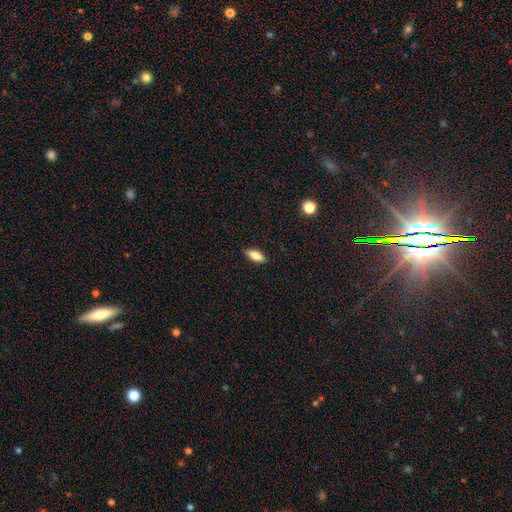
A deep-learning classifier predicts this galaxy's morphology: Smooth or featured?
  - smooth: 83% *
  - featured or disk: 10%
  - star or artifact: 7%
How rounded?
  - in between: 77% *
  - cigar-shaped: 20%
  - round: 2%
Merging?
  - none: 88% *
  - minor disturbance: 9%
  - major disturbance: 2%
  - merger: 1%